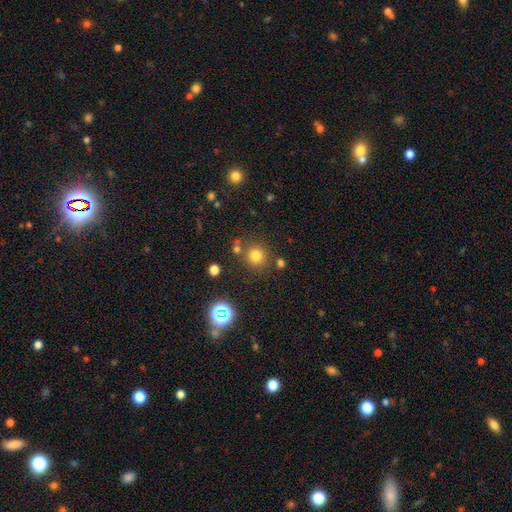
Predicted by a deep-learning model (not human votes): Smooth or featured? smooth (76%)
How rounded? round (92%)
Merging? none (78%)